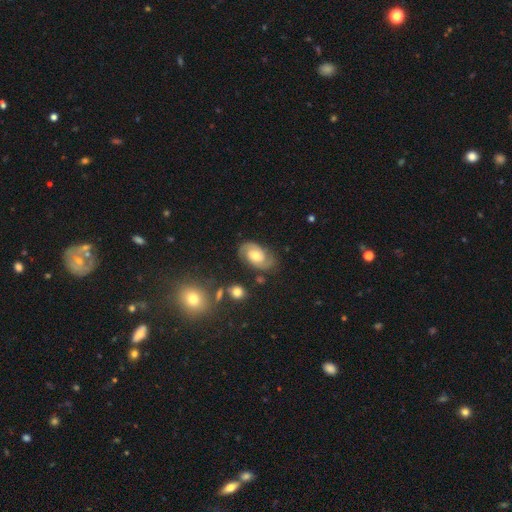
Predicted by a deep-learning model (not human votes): Q: Smooth or featured?
A: featured or disk (77%); runner-up: smooth (16%)
Q: Edge-on disk?
A: no (96%); runner-up: yes (4%)
Q: Bar?
A: no (61%); runner-up: weak (32%)
Q: Spiral arms?
A: yes (93%); runner-up: no (7%)
Q: Spiral winding?
A: tight (45%); runner-up: medium (42%)
Q: Spiral arm count?
A: 2 (87%); runner-up: can't tell (7%)
Q: Bulge size?
A: moderate (70%); runner-up: small (19%)
Q: Merging?
A: none (79%); runner-up: minor disturbance (14%)